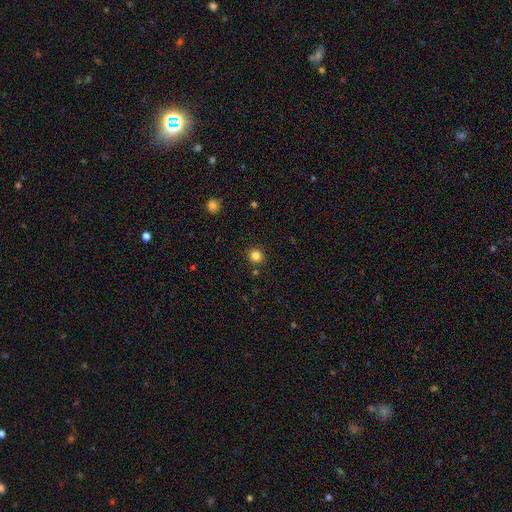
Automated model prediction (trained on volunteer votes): This is clearly a smooth galaxy (83%). How rounded: clearly round (91%). Merging: clearly none (88%).